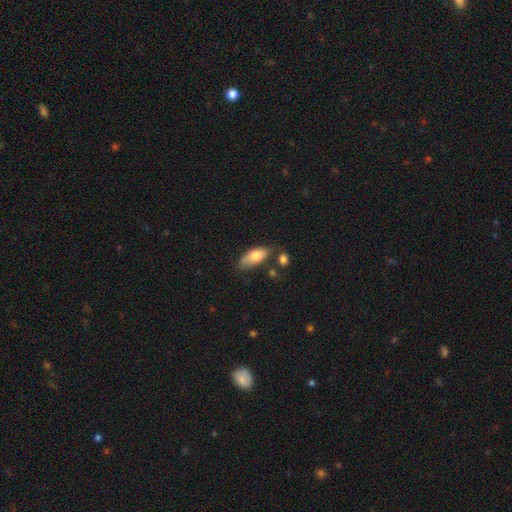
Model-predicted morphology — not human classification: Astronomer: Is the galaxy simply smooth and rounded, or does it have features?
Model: smooth — 79%.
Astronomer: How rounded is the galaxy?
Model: in between — 84%.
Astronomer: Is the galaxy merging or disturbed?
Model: none — 57%.